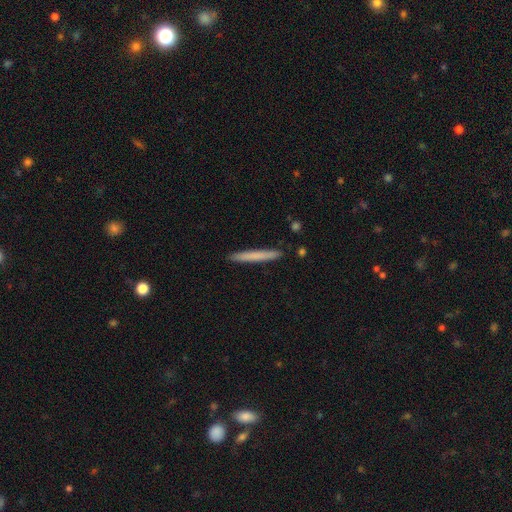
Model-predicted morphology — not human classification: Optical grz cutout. It shows a smooth galaxy with no disk features (70%) that is cigar-shaped (97%). Merging: none (91%).